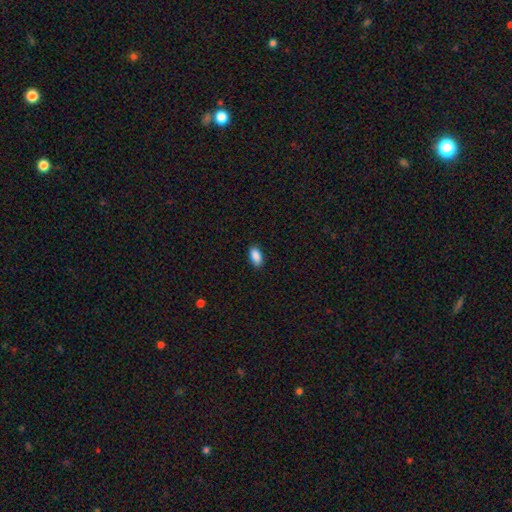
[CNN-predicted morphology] Smooth or featured?
  - smooth: 90% *
  - star or artifact: 7%
  - featured or disk: 3%
How rounded?
  - in between: 92% *
  - cigar-shaped: 4%
  - round: 3%
Merging?
  - none: 88% *
  - minor disturbance: 9%
  - major disturbance: 2%
  - merger: 1%